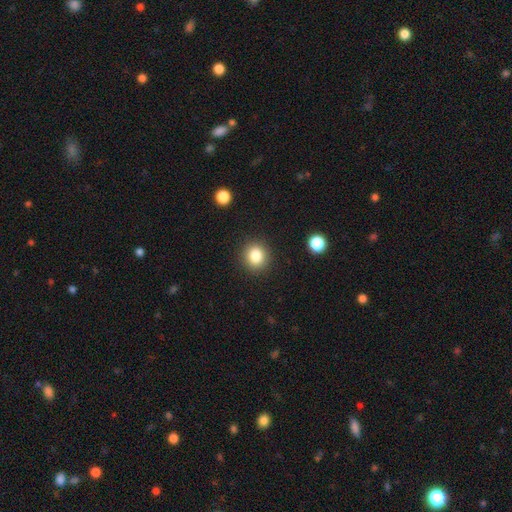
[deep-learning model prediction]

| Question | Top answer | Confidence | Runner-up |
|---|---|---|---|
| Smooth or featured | smooth | 83% | star or artifact (11%) |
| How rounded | round | 86% | in between (13%) |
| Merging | none | 90% | minor disturbance (7%) |